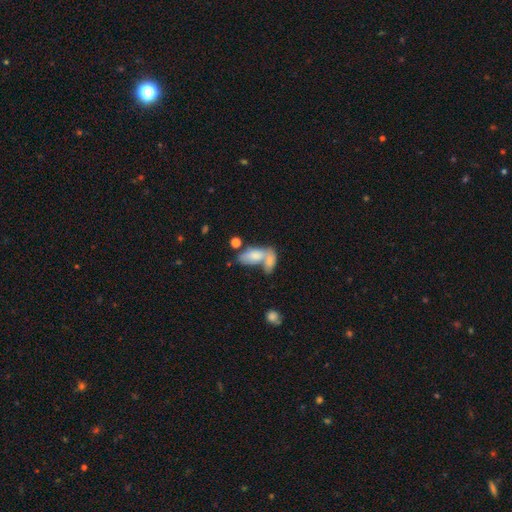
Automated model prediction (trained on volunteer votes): Morphology: type=smooth (76%); roundness=in between (90%); merging=merger (63%).